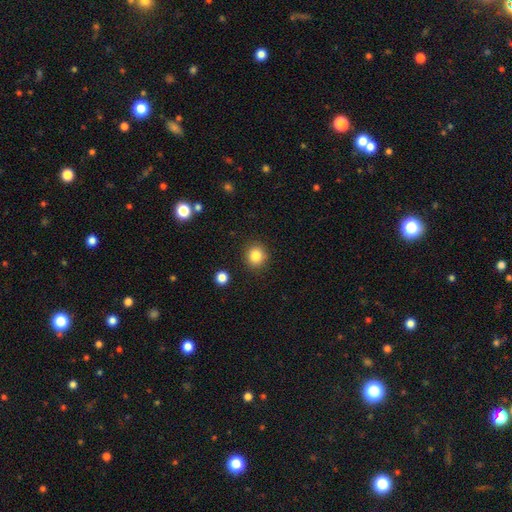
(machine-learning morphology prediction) smooth-or-featured: smooth: 84% | star or artifact: 11% | featured or disk: 5%
  how-rounded: round: 87% | in between: 12% | cigar-shaped: 1%
  merging: none: 89% | minor disturbance: 7% | major disturbance: 2% | merger: 2%